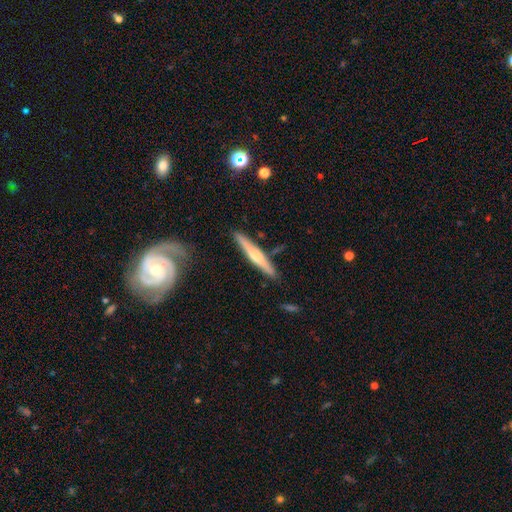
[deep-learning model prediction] Morphology: type=featured or disk (51%); edge-on=yes (96%); merging=none (87%).